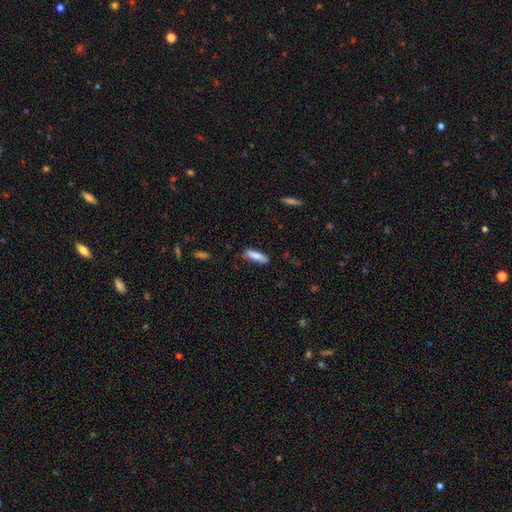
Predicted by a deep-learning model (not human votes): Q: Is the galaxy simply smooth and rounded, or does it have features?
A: smooth — 84%.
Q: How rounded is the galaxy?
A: cigar-shaped — 60%.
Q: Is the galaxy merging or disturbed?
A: none — 81%.